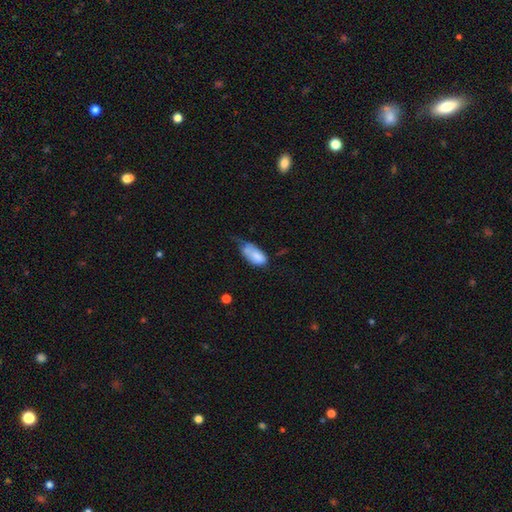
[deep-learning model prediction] smooth-or-featured: smooth: 74% | featured or disk: 18% | star or artifact: 8%
  how-rounded: in between: 91% | cigar-shaped: 5% | round: 4%
  merging: minor disturbance: 38% | major disturbance: 28% | none: 22% | merger: 12%